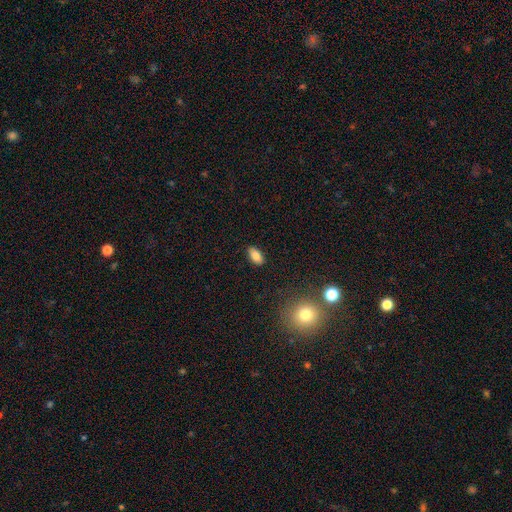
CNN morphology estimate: A smooth galaxy with no disk features (83%) that is in between round and cigar-shaped (91%). Merging: none (88%).